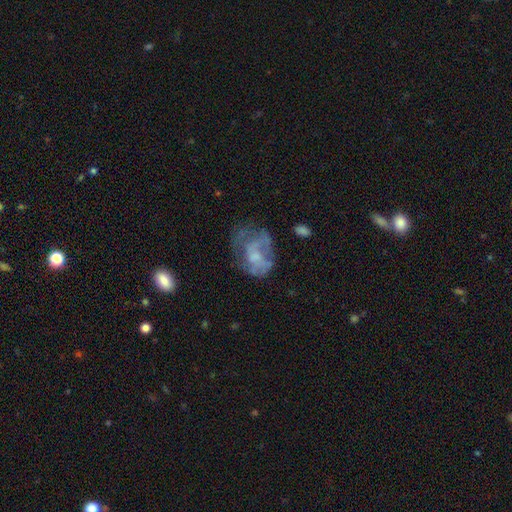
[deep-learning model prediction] Smooth or featured? featured or disk (54%)
Edge-on disk? no (98%)
Bar? no (78%)
Spiral arms? no (68%)
Bulge size? none (39%)
Merging? major disturbance (38%)